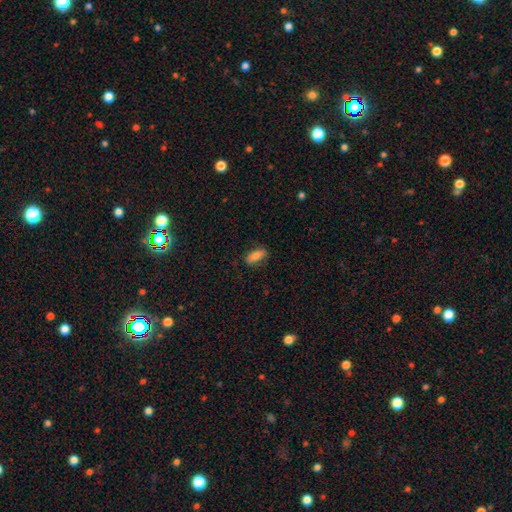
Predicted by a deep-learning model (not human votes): smooth_or_featured: smooth (p=0.79) [alt: featured or disk p=0.14]
how_rounded: in between (p=0.83) [alt: cigar-shaped p=0.14]
merging: none (p=0.82) [alt: minor disturbance p=0.14]